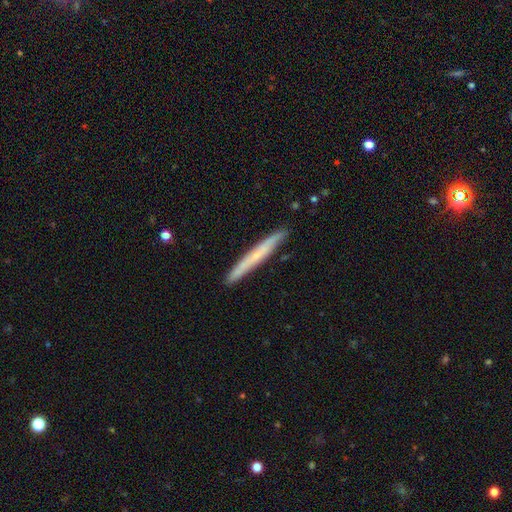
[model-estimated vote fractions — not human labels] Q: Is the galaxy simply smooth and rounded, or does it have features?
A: smooth — 51%.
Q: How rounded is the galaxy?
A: cigar-shaped — 97%.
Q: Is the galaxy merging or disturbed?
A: none — 90%.